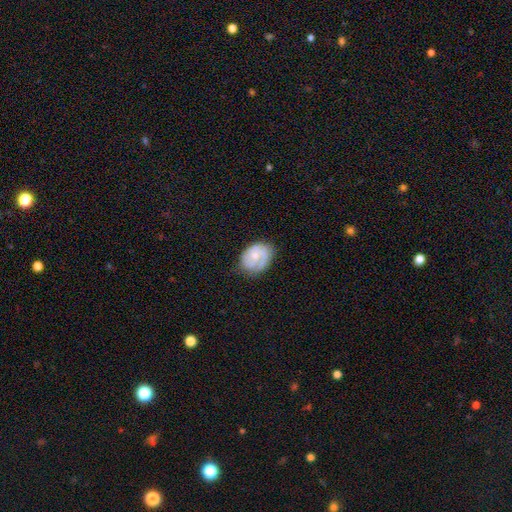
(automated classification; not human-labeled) This is likely a featured or disk galaxy (62%). It is clearly not viewed edge-on (97%). Bar: likely no (69%). Spiral arm pattern: clearly yes (87%). Spiral arm count: marginally 2 (41%). Spiral winding: possibly tight (47%). Central bulge: possibly small (55%). Merging: likely none (65%).